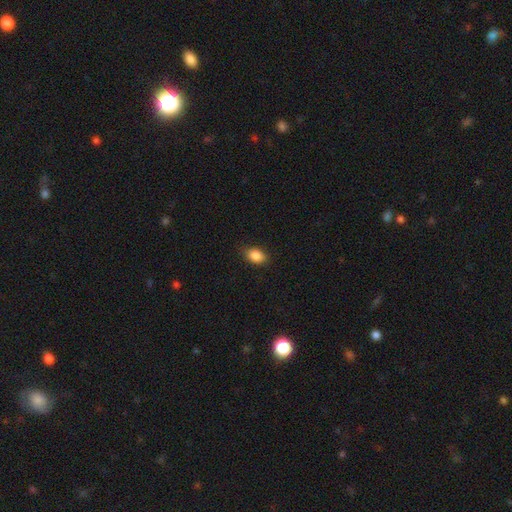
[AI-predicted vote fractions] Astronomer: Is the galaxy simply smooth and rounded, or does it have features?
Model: smooth — 87%.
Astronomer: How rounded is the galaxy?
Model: in between — 83%.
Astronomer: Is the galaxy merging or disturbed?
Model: none — 83%.